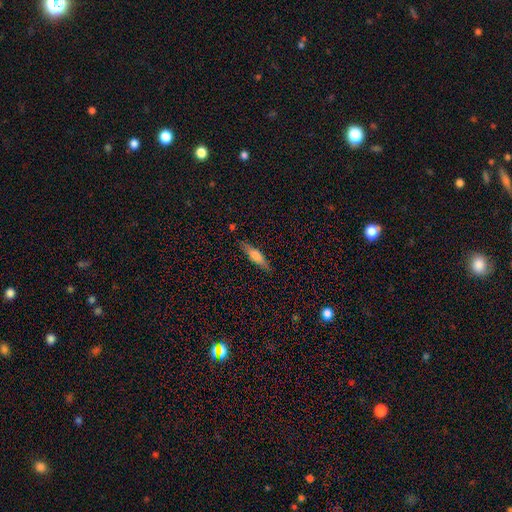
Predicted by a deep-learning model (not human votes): Q: Smooth or featured?
A: smooth (63%); runner-up: featured or disk (30%)
Q: How rounded?
A: cigar-shaped (72%); runner-up: in between (26%)
Q: Merging?
A: none (84%); runner-up: minor disturbance (12%)